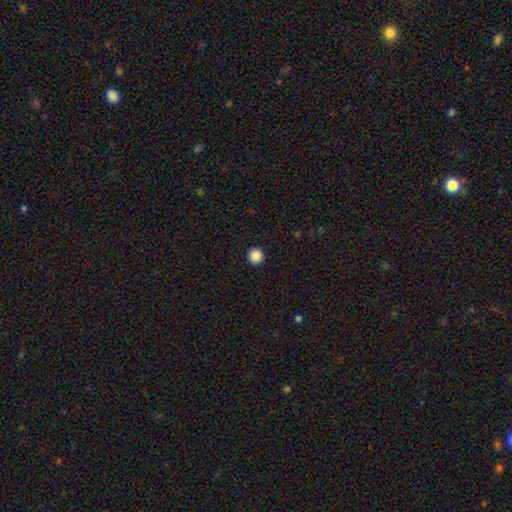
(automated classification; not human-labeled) This is clearly a smooth galaxy (88%). How rounded: clearly round (97%). Merging: clearly none (94%).